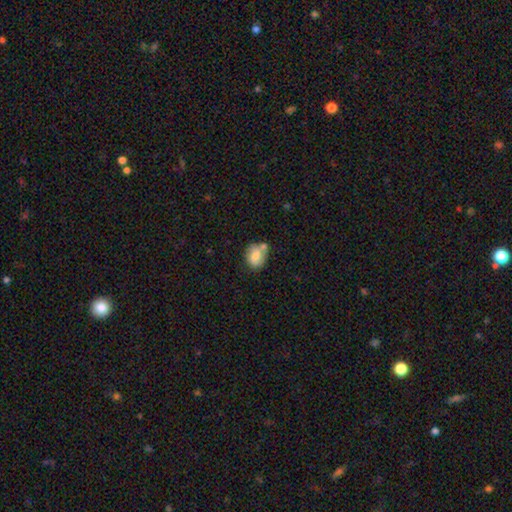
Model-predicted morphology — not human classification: smooth 71%, featured or disk 21%, star or artifact 8%. Down the decision tree: how rounded — round (59%); merging — none (46%).